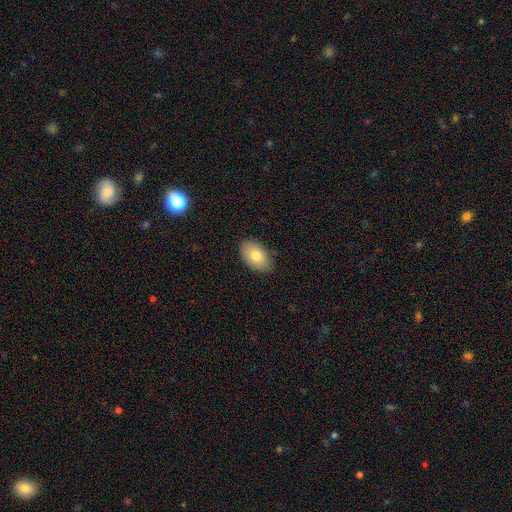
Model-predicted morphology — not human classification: A smooth galaxy with no disk features (78%) that is in between round and cigar-shaped (92%).

Vote fractions:
- Smooth or featured? smooth: 78% / featured or disk: 15% / star or artifact: 7%
- How rounded? in between: 92% / round: 7% / cigar-shaped: 1%
- Merging? none: 84% / minor disturbance: 13% / major disturbance: 2% / merger: 1%